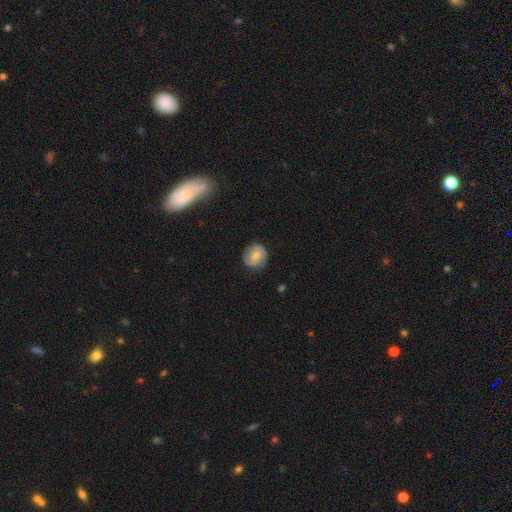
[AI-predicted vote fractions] smooth 58%, featured or disk 34%, star or artifact 8%. Down the decision tree: how rounded — round (87%); merging — none (78%).